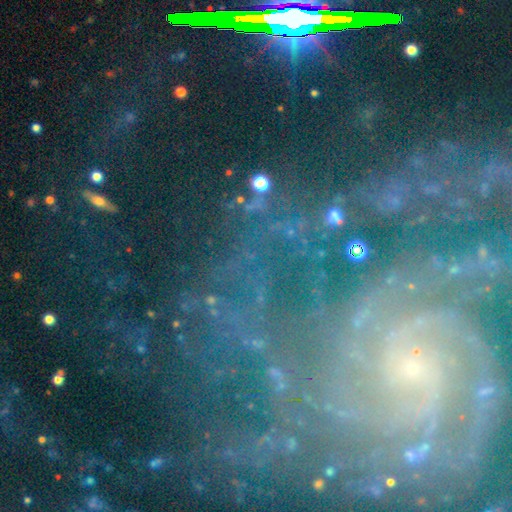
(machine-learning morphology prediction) Q: Smooth or featured?
A: featured or disk (72%); runner-up: star or artifact (20%)
Q: Edge-on disk?
A: no (97%); runner-up: yes (3%)
Q: Bar?
A: no (63%); runner-up: weak (24%)
Q: Spiral arms?
A: yes (97%); runner-up: no (3%)
Q: Spiral winding?
A: tight (67%); runner-up: medium (26%)
Q: Spiral arm count?
A: can't tell (20%); runner-up: 2 (19%)
Q: Bulge size?
A: small (76%); runner-up: moderate (13%)
Q: Merging?
A: none (71%); runner-up: minor disturbance (15%)